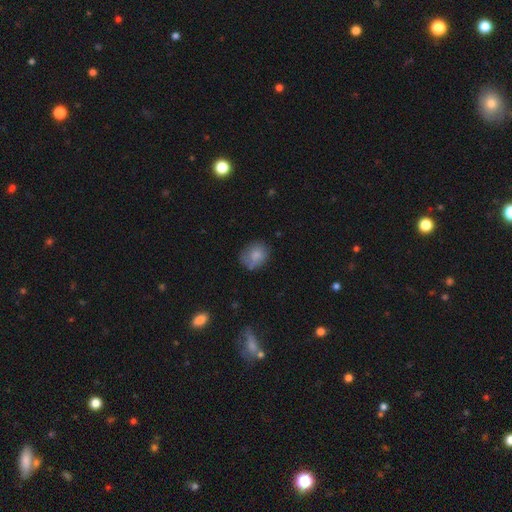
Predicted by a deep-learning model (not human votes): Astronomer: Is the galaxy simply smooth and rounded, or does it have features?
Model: smooth — 75%.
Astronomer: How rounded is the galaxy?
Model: round — 60% (runner-up: in between, 39%).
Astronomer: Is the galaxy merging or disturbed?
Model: none — 61%.